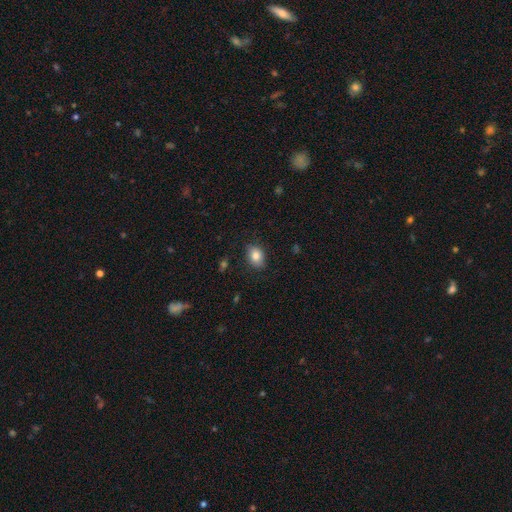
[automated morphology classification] Q: Smooth or featured?
A: smooth (82%); runner-up: featured or disk (9%)
Q: How rounded?
A: in between (72%); runner-up: round (27%)
Q: Merging?
A: none (84%); runner-up: minor disturbance (12%)